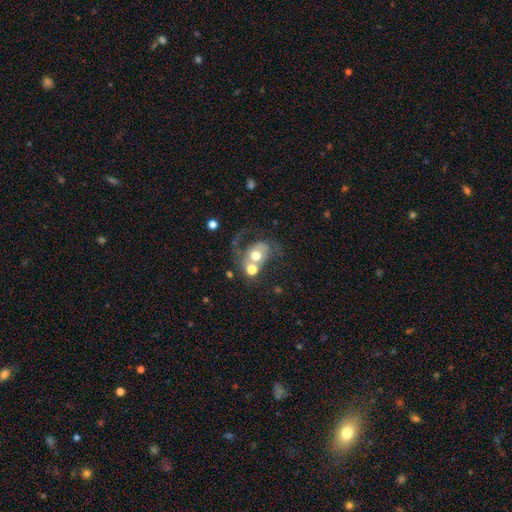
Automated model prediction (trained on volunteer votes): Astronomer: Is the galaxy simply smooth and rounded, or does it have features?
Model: smooth — 45% (runner-up: featured or disk, 44%).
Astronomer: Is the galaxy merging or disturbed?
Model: merger — 39% (runner-up: none, 25%).